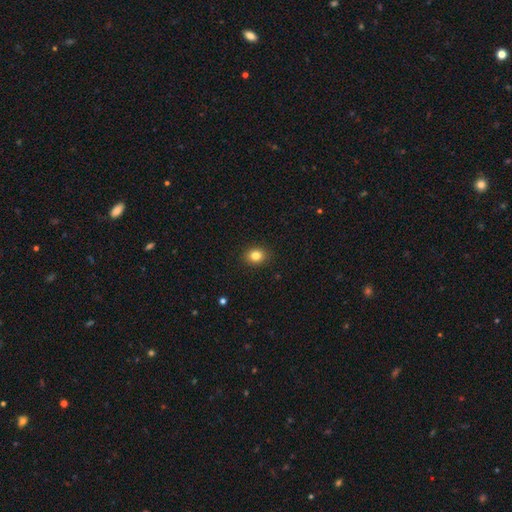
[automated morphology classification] smooth-or-featured: smooth: 83% | star or artifact: 11% | featured or disk: 6%
  how-rounded: round: 62% | in between: 37% | cigar-shaped: 1%
  merging: none: 91% | minor disturbance: 6% | major disturbance: 2% | merger: 1%